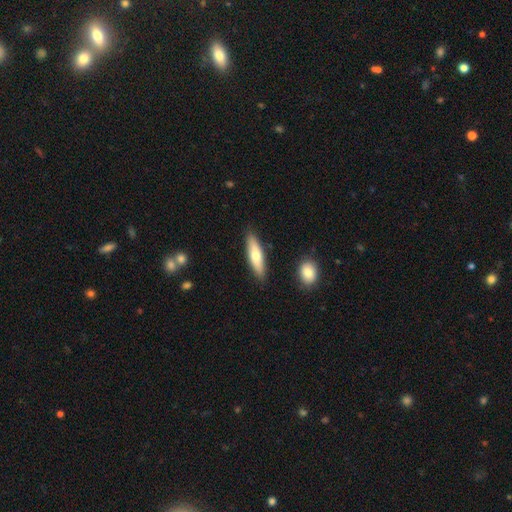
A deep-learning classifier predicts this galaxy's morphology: This appears to be a smooth galaxy with no disk features (67%) that is cigar-shaped (63%). Merging: none (86%).